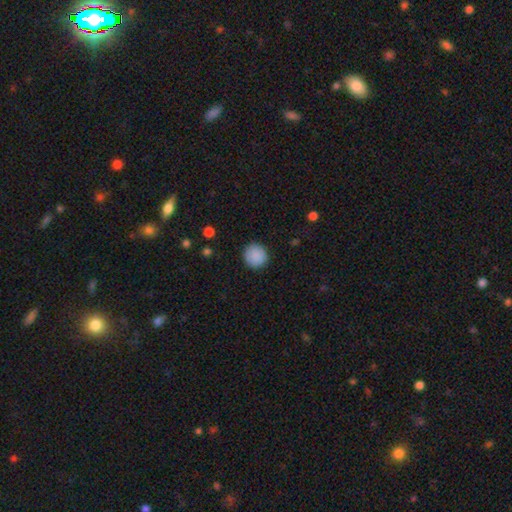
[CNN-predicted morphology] A smooth galaxy with no disk features (89%) that is round (95%). Merging: none (91%).